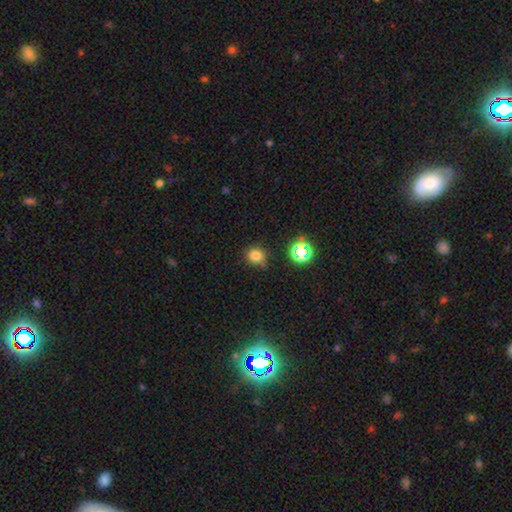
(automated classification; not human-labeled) smooth 76%, star or artifact 18%, featured or disk 6%. Down the decision tree: how rounded — round (76%); merging — none (74%).